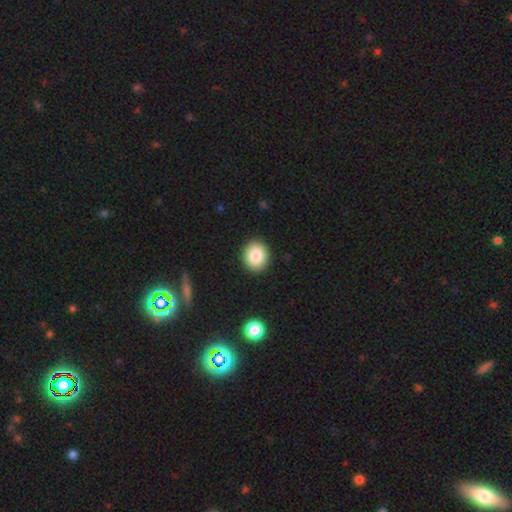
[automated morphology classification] This is clearly a smooth galaxy (86%). How rounded: likely round (69%). Merging: clearly none (91%).